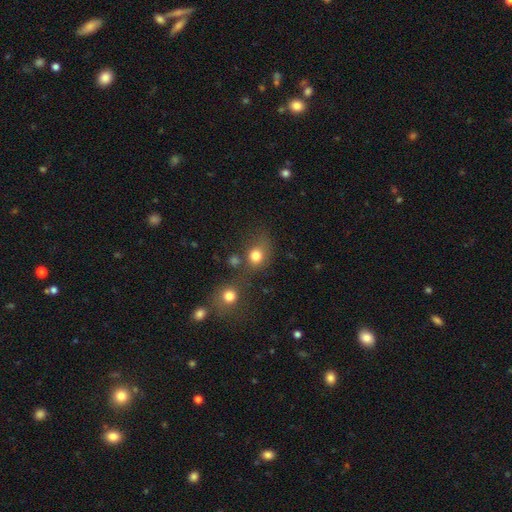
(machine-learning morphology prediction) Q: Smooth or featured?
A: smooth (78%); runner-up: star or artifact (14%)
Q: How rounded?
A: round (70%); runner-up: in between (29%)
Q: Merging?
A: none (49%); runner-up: merger (27%)